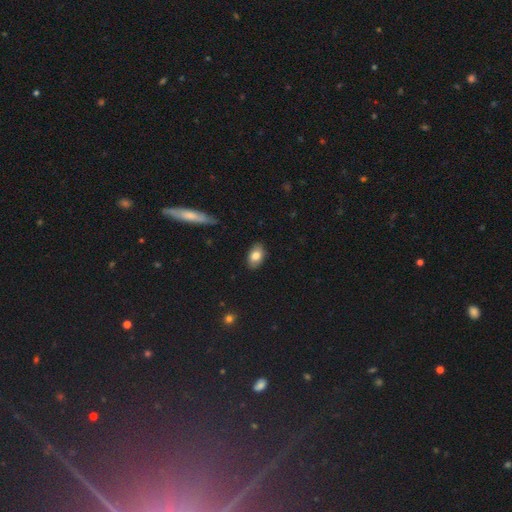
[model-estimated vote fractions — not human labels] Smooth or featured?
  - smooth: 81% *
  - featured or disk: 12%
  - star or artifact: 7%
How rounded?
  - in between: 91% *
  - round: 7%
  - cigar-shaped: 2%
Merging?
  - none: 87% *
  - minor disturbance: 10%
  - major disturbance: 2%
  - merger: 1%